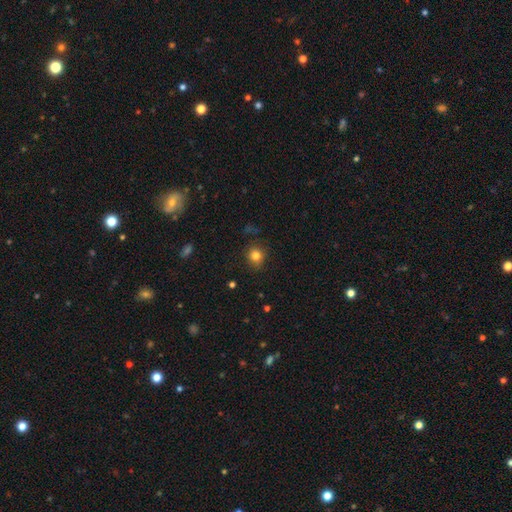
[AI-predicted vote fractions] Smooth or featured? Predicted: smooth (p=0.81). How rounded? Predicted: round (p=0.86). Merging? Predicted: none (p=0.86).